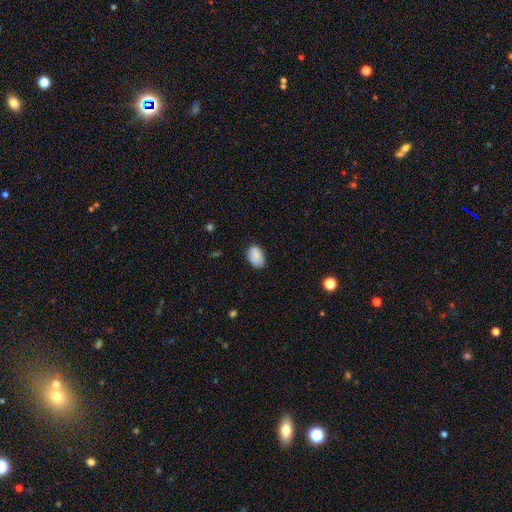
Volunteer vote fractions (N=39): This appears to be a smooth galaxy with no disk features (90%) that is in between round and cigar-shaped (86%). Merging: none (72%).